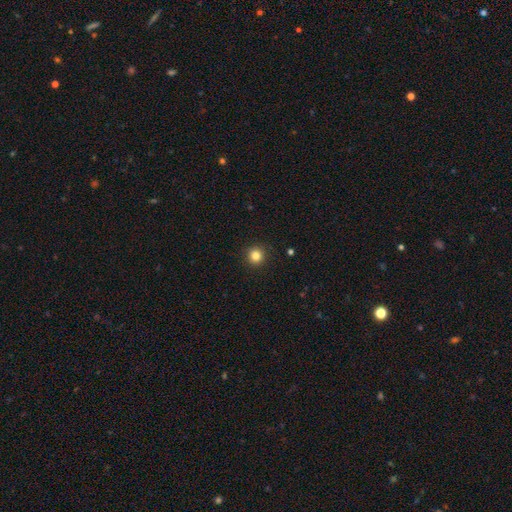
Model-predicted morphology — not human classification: A smooth galaxy with no disk features (83%) that is round (95%).

Vote fractions:
- Smooth or featured? smooth: 83% / star or artifact: 12% / featured or disk: 5%
- How rounded? round: 95% / in between: 4% / cigar-shaped: 1%
- Merging? none: 92% / minor disturbance: 5% / major disturbance: 2% / merger: 1%